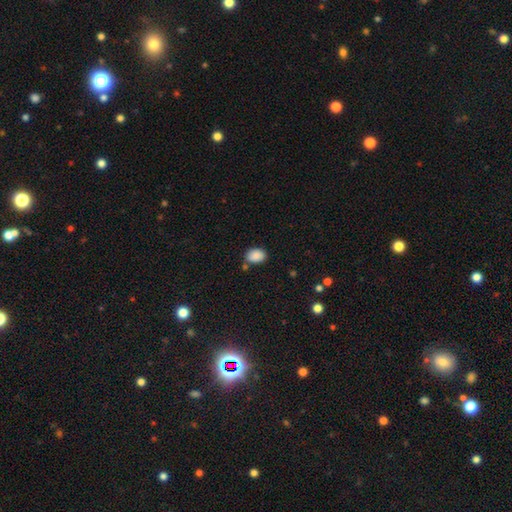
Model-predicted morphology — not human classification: smooth_or_featured: smooth (p=0.88) [alt: star or artifact p=0.08]
how_rounded: in between (p=0.81) [alt: round p=0.18]
merging: none (p=0.72) [alt: minor disturbance p=0.16]